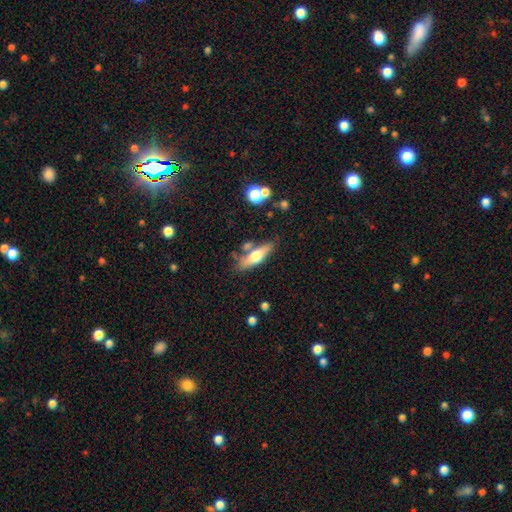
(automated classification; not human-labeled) Smooth or featured?
  - smooth: 55% *
  - featured or disk: 38%
  - star or artifact: 7%
How rounded?
  - cigar-shaped: 55% *
  - in between: 42%
  - round: 3%
Merging?
  - none: 67% *
  - minor disturbance: 16%
  - merger: 11%
  - major disturbance: 5%